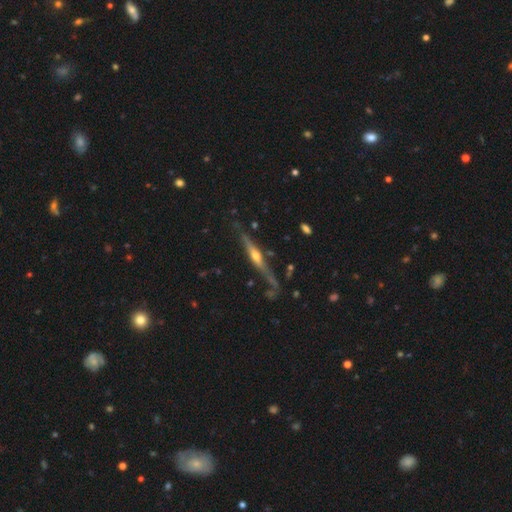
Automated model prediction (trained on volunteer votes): This is likely a featured or disk galaxy (77%). It is clearly viewed edge-on (96%). Edge-on bulge: clearly rounded (86%). Merging: likely none (71%).